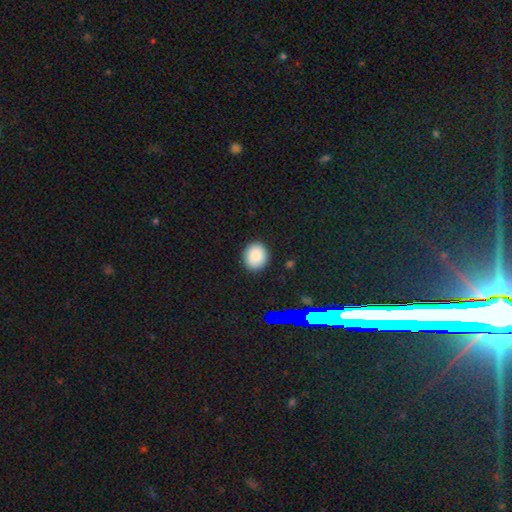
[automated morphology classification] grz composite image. It shows a smooth galaxy with no disk features (85%) that is round (71%). Merging: none (89%).